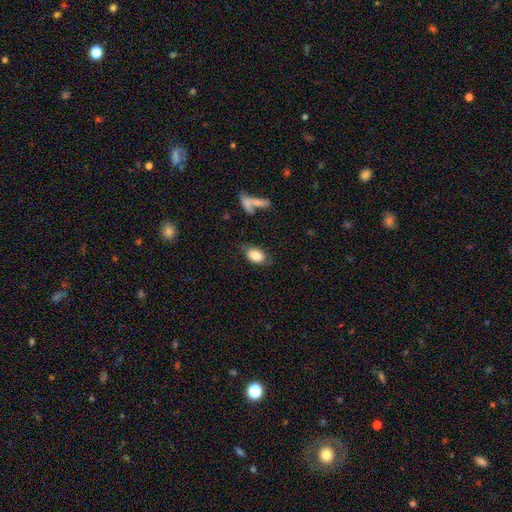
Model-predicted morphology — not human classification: Smooth or featured? smooth (79%)
How rounded? in between (91%)
Merging? none (65%)